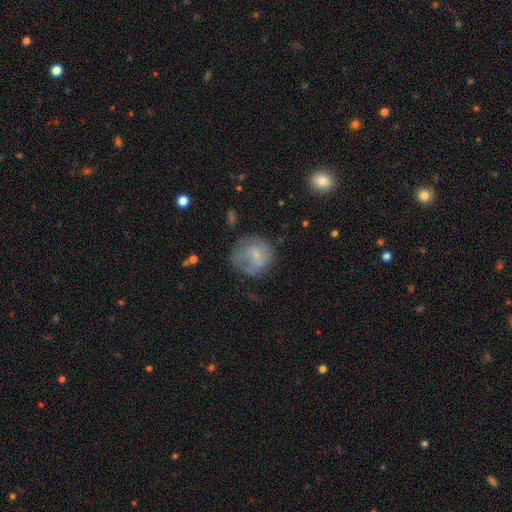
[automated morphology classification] smooth 56%, featured or disk 35%, star or artifact 9%. Down the decision tree: how rounded — round (82%); merging — none (54%).